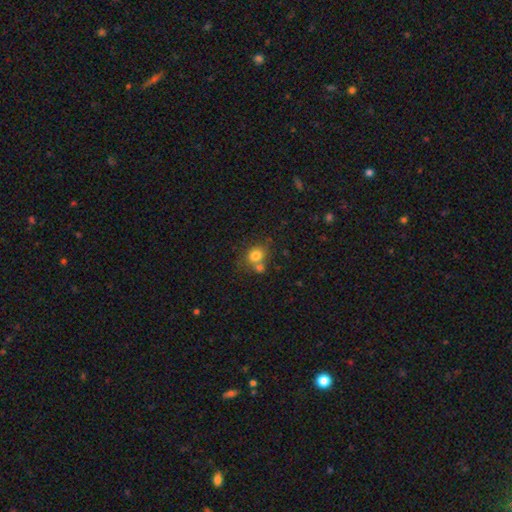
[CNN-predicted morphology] smooth_or_featured: smooth (p=0.78) [alt: star or artifact p=0.11]
how_rounded: round (p=0.71) [alt: in between p=0.28]
merging: none (p=0.50) [alt: merger p=0.33]